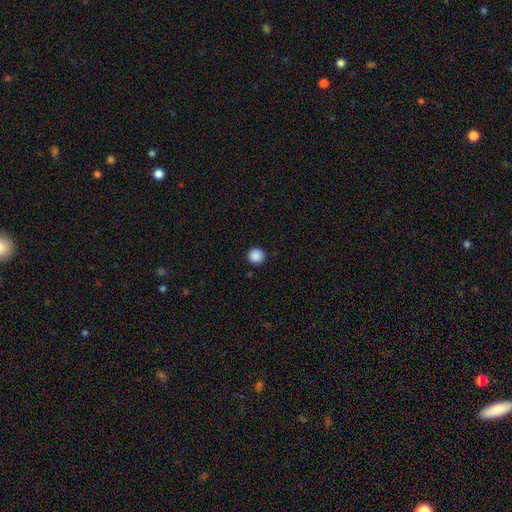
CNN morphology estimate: smooth 88%, star or artifact 10%, featured or disk 2%. Down the decision tree: how rounded — round (96%); merging — none (93%).